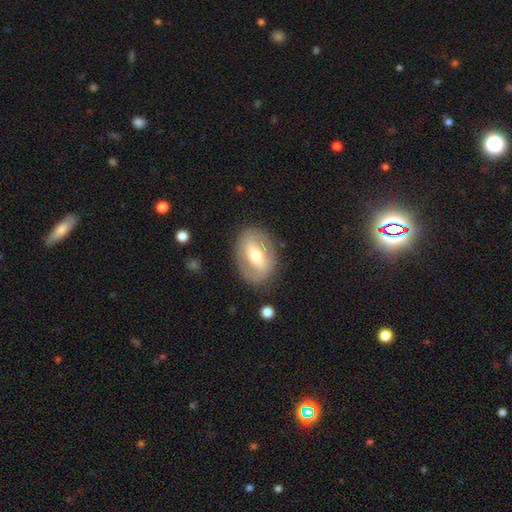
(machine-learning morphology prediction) A featured or disk galaxy (55%). Merging: none (82%).